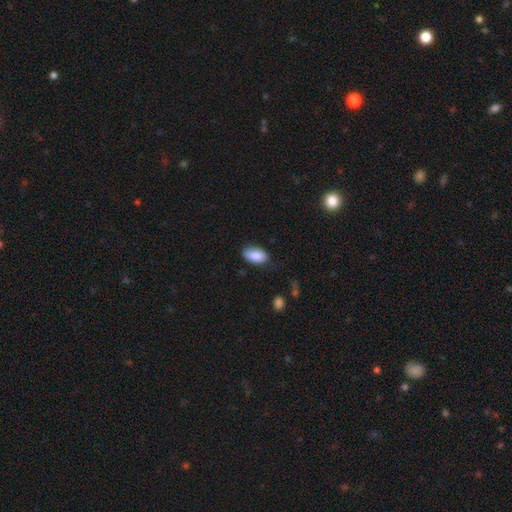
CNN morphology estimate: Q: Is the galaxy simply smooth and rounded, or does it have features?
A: smooth — 86%.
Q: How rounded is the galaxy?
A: in between — 93%.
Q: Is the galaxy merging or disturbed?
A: none — 73%.